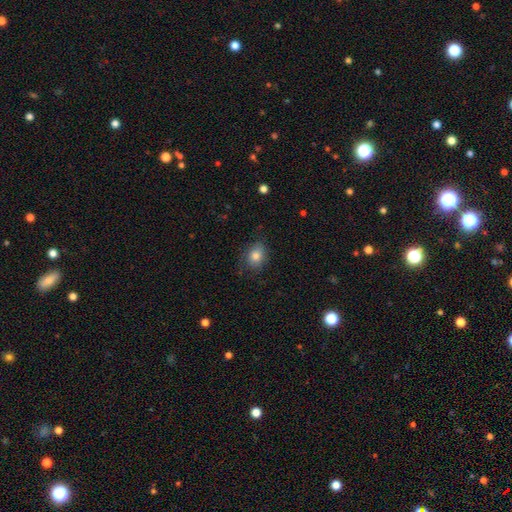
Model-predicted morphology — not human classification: This is clearly a smooth galaxy (81%). How rounded: possibly in between (54%). Merging: likely none (76%).